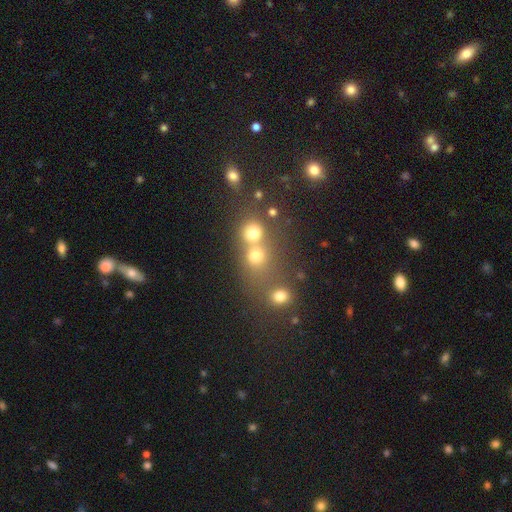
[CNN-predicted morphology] Smooth or featured: smooth — 73% (star or artifact — 17%)
How rounded: round — 79% (in between — 19%)
Merging: merger — 48% (none — 41%)